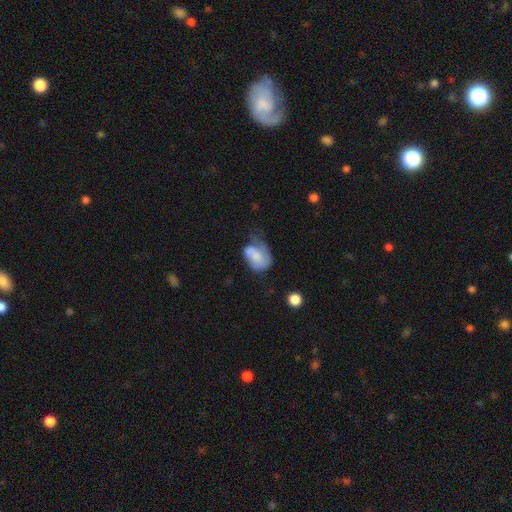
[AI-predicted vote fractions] smooth 53%, featured or disk 40%, star or artifact 7%. Down the decision tree: how rounded — in between (77%); merging — major disturbance (38%).